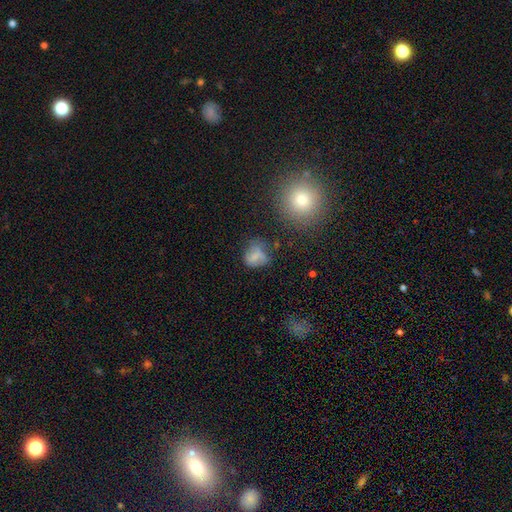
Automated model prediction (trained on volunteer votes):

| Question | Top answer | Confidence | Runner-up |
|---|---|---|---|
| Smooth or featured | smooth | 65% | featured or disk (21%) |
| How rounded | round | 50% | in between (48%) |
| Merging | none | 45% | minor disturbance (29%) |